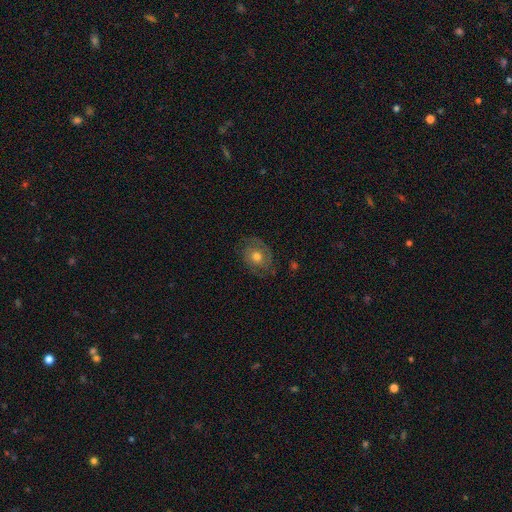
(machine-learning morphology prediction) smooth-or-featured: featured or disk: 63% | smooth: 28% | star or artifact: 9%
  disk-edge-on: no: 96% | yes: 4%
    bar: no: 80% | weak: 17% | strong: 4%
    has-spiral-arms: yes: 77% | no: 23%
    bulge-size: moderate: 73% | small: 19% | large: 6% | none: 1% | dominant: 1%
  merging: none: 76% | minor disturbance: 16% | major disturbance: 7% | merger: 1%